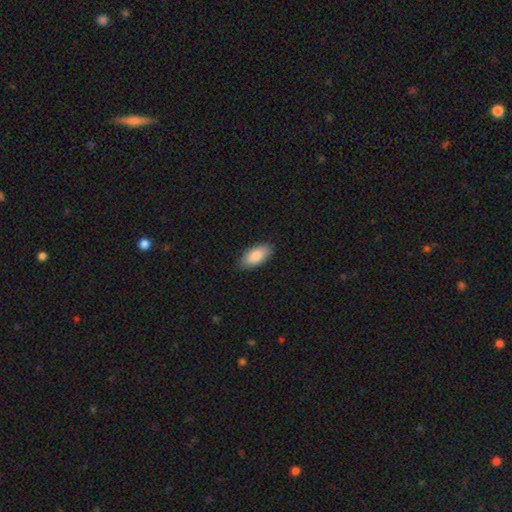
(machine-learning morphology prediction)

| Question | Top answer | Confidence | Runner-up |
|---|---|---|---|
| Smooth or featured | smooth | 87% | featured or disk (7%) |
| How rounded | in between | 92% | cigar-shaped (6%) |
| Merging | none | 86% | minor disturbance (11%) |